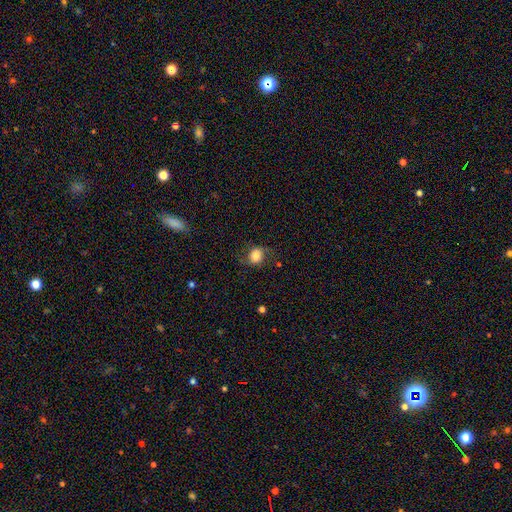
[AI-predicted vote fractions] Smooth or featured? Predicted: smooth (p=0.68). How rounded? Predicted: round (p=0.66). Merging? Predicted: none (p=0.68).